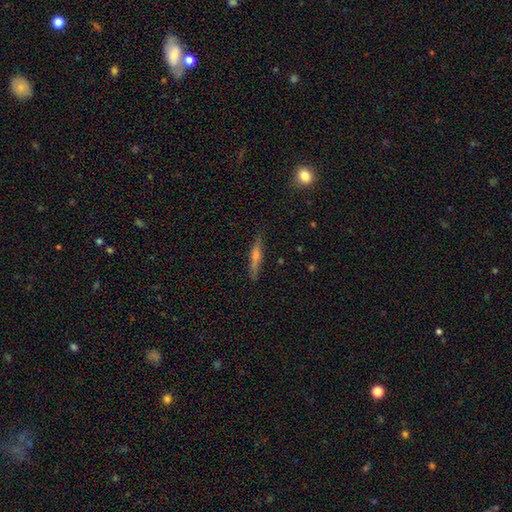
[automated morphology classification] Smooth or featured: featured or disk — 58% (smooth — 35%)
Edge-on disk: yes — 95% (no — 5%)
Edge-on bulge: rounded — 82% (none — 13%)
Merging: none — 86% (minor disturbance — 11%)